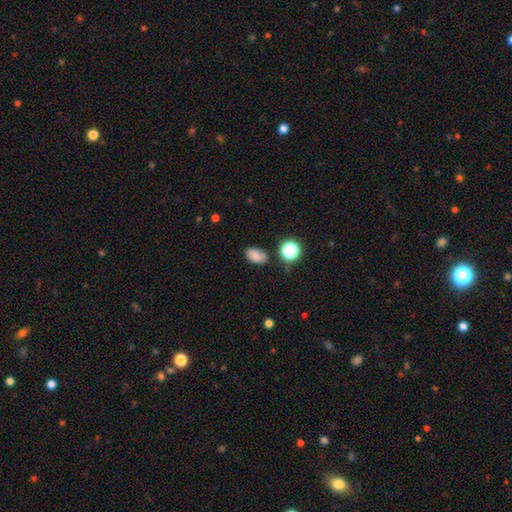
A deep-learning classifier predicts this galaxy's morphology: Overall: smooth (79%). How rounded: in between (87%). Merging: none (75%).